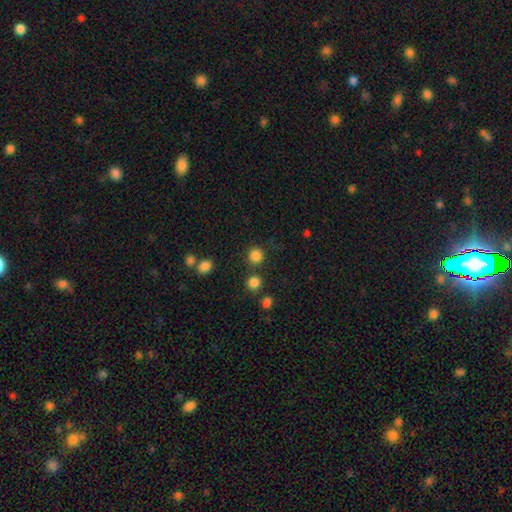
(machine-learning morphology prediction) Smooth or featured: smooth — 83% (star or artifact — 13%)
How rounded: round — 92% (in between — 7%)
Merging: none — 82% (minor disturbance — 7%)